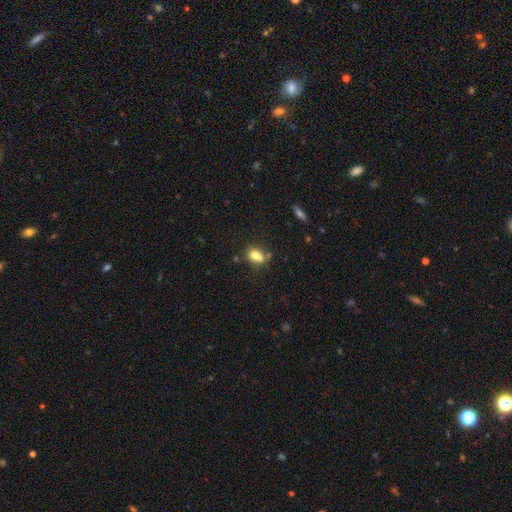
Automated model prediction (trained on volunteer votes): Smooth or featured: smooth — 75% (featured or disk — 14%)
How rounded: in between — 69% (round — 28%)
Merging: none — 53% (merger — 23%)